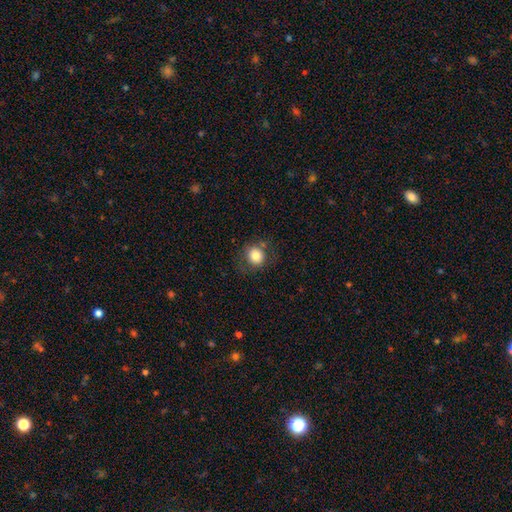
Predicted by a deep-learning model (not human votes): This appears to be a smooth galaxy with no disk features (79%) that is round (77%). Merging: none (75%).